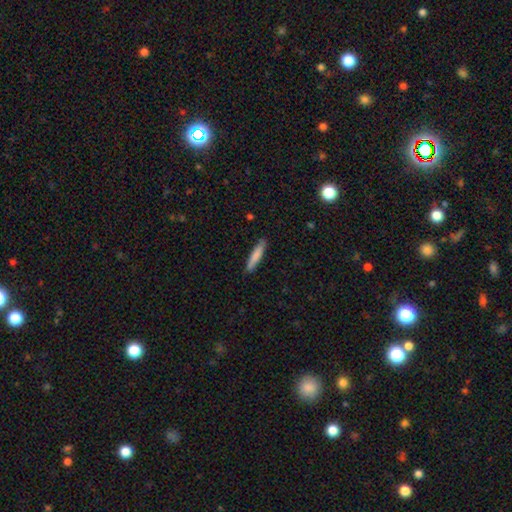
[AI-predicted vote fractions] Overall: smooth (81%). How rounded: cigar-shaped (89%). Merging: none (88%).